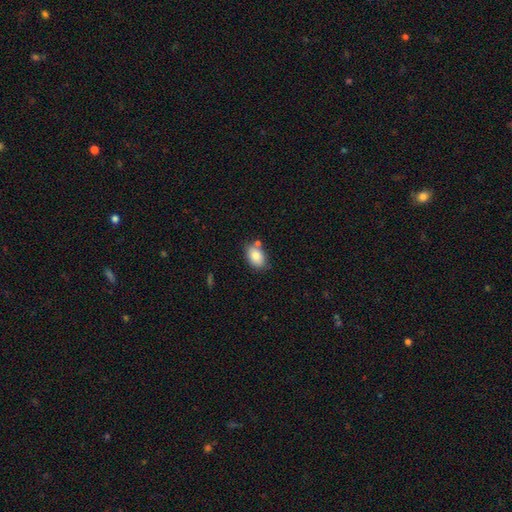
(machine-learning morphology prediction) Smooth or featured?
  - smooth: 83% *
  - featured or disk: 10%
  - star or artifact: 8%
How rounded?
  - in between: 86% *
  - round: 13%
  - cigar-shaped: 1%
Merging?
  - none: 68% *
  - minor disturbance: 16%
  - merger: 13%
  - major disturbance: 3%